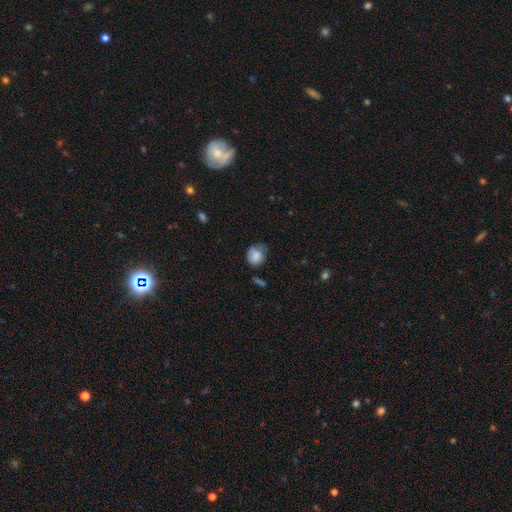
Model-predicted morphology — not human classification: A smooth galaxy with no disk features (81%) that is round (65%). Merging: none (43%).